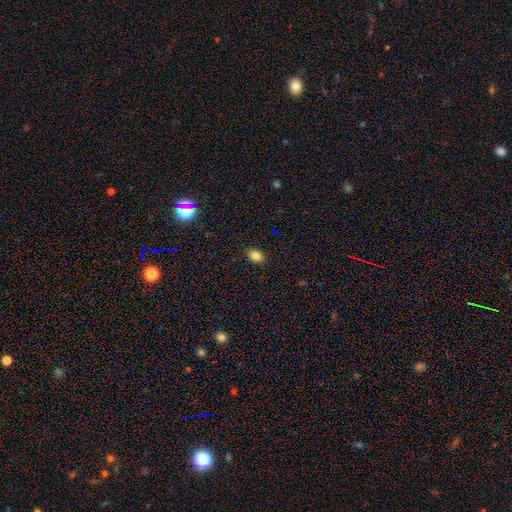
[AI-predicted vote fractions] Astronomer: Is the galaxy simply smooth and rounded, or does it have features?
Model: smooth — 84%.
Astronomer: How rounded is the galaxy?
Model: in between — 68%.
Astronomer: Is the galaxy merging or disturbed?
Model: none — 88%.